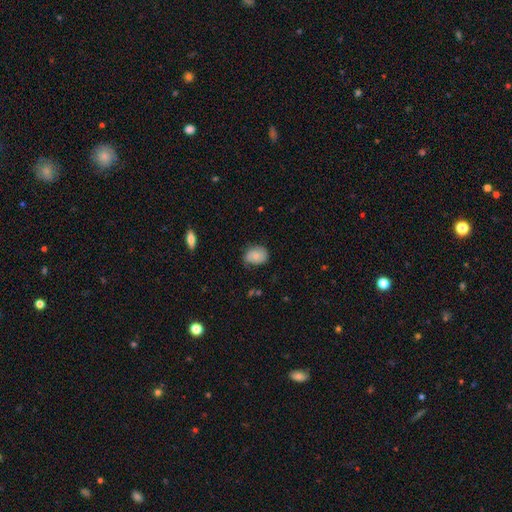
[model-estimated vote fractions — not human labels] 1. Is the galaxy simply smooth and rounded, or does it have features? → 73% smooth, 19% featured or disk, 8% star or artifact.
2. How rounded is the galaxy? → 62% in between, 37% round, 1% cigar-shaped.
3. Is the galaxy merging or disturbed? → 64% none, 28% minor disturbance, 6% major disturbance, 1% merger.